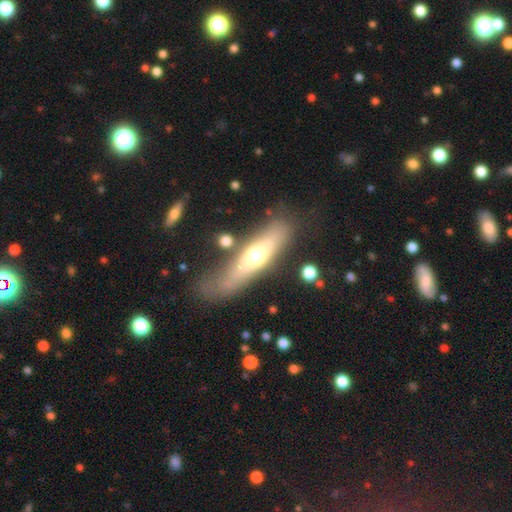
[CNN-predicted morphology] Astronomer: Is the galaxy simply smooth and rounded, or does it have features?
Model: smooth — 48% (runner-up: featured or disk, 46%).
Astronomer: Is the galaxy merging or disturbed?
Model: none — 61%.